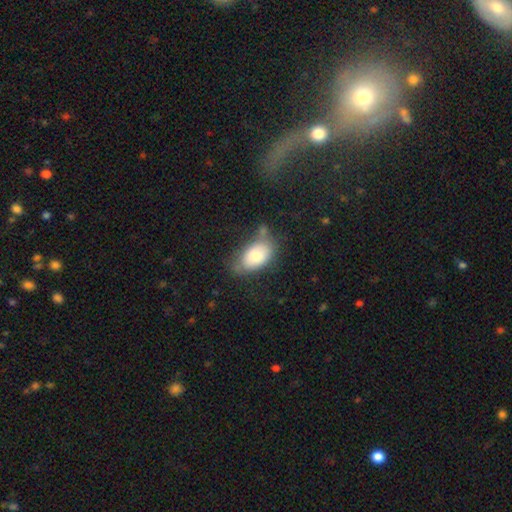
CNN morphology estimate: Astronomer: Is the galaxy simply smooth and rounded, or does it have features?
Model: smooth — 77%.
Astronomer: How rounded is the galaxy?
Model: in between — 92%.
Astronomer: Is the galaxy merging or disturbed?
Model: none — 52% (runner-up: minor disturbance, 29%).